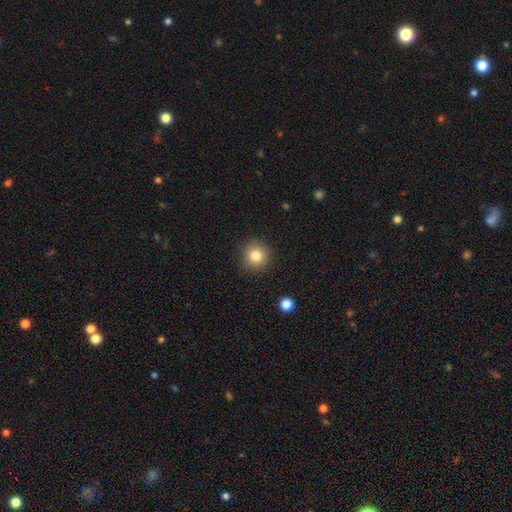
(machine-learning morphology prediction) Q: Smooth or featured?
A: smooth (82%); runner-up: star or artifact (11%)
Q: How rounded?
A: round (92%); runner-up: in between (7%)
Q: Merging?
A: none (90%); runner-up: minor disturbance (7%)